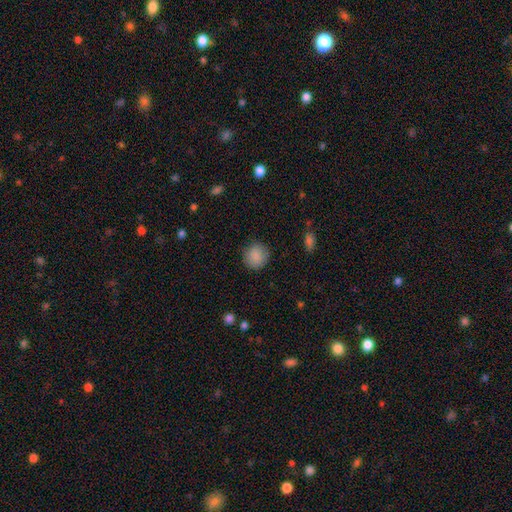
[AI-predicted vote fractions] smooth-or-featured: smooth: 88% | star or artifact: 8% | featured or disk: 4%
  how-rounded: round: 89% | in between: 10% | cigar-shaped: 1%
  merging: none: 87% | minor disturbance: 9% | major disturbance: 3% | merger: 1%